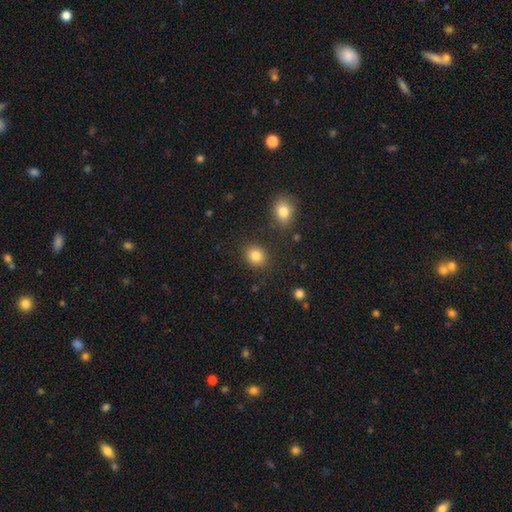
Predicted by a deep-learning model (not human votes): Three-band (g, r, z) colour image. It shows a smooth galaxy with no disk features (84%) that is round (64%). Merging: none (85%).